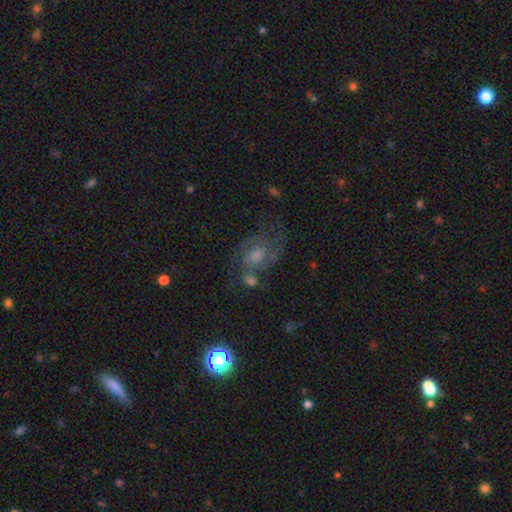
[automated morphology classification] A featured or disk galaxy (66%) with no bar (62%), 2 (52%) medium (49%) spiral arms (85%) and a moderate central bulge (45%). Merging: none (48%).